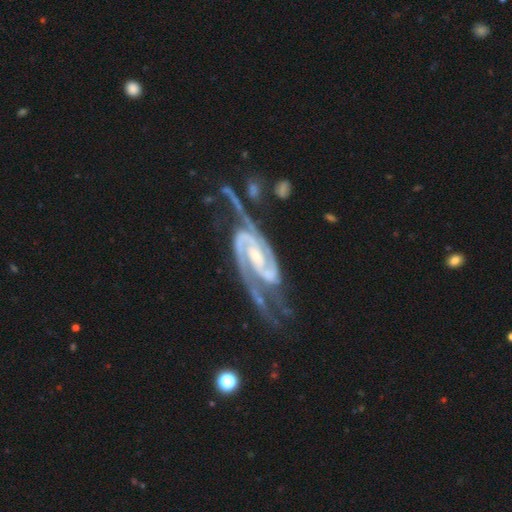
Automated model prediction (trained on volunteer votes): smooth_or_featured: featured or disk (p=0.94) [alt: star or artifact p=0.04]
disk_edge_on: no (p=0.97) [alt: yes p=0.03]
bar: weak (p=0.41) [alt: strong p=0.35]
has_spiral_arms: yes (p=0.99) [alt: no p=0.01]
spiral_winding: medium (p=0.49) [alt: tight p=0.40]
spiral_arm_count: 2 (p=0.89) [alt: 3 p=0.04]
bulge_size: small (p=0.54) [alt: moderate p=0.36]
merging: none (p=0.51) [alt: minor disturbance p=0.22]